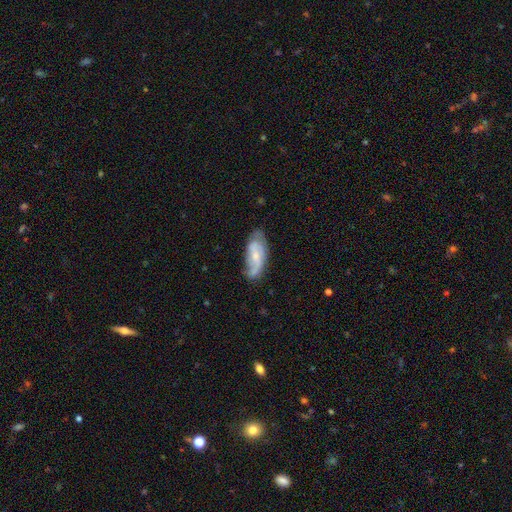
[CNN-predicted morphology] Smooth or featured: featured or disk — 66% (smooth — 28%)
Edge-on disk: no — 91% (yes — 9%)
Bar: no — 48% (weak — 40%)
Spiral arms: yes — 87% (no — 13%)
Spiral winding: medium — 41% (loose — 35%)
Spiral arm count: 2 — 64% (can't tell — 18%)
Bulge size: small — 57% (moderate — 33%)
Merging: none — 62% (minor disturbance — 26%)